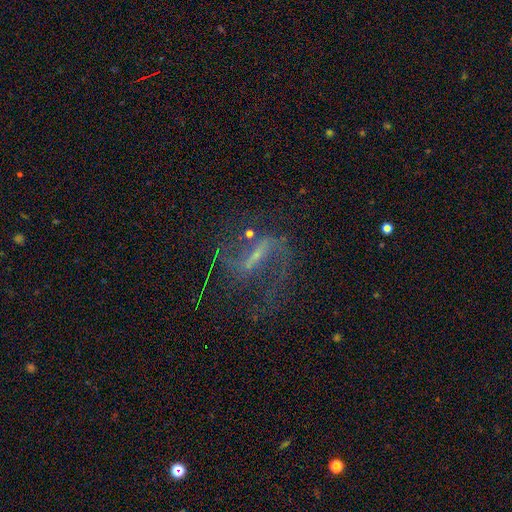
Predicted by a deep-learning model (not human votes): smooth-or-featured: featured or disk: 81% | star or artifact: 11% | smooth: 8%
  disk-edge-on: no: 93% | yes: 7%
    bar: strong: 57% | weak: 32% | no: 11%
    has-spiral-arms: yes: 88% | no: 12%
      spiral-winding: loose: 55% | medium: 36% | tight: 9%
      spiral-arm-count: 2: 83% | can't tell: 6% | 1: 6% | 3: 2% | 4: 1% | more than 4: 1%
    bulge-size: small: 62% | none: 19% | moderate: 16% | large: 2% | dominant: 1%
  merging: none: 58% | major disturbance: 23% | minor disturbance: 15% | merger: 4%